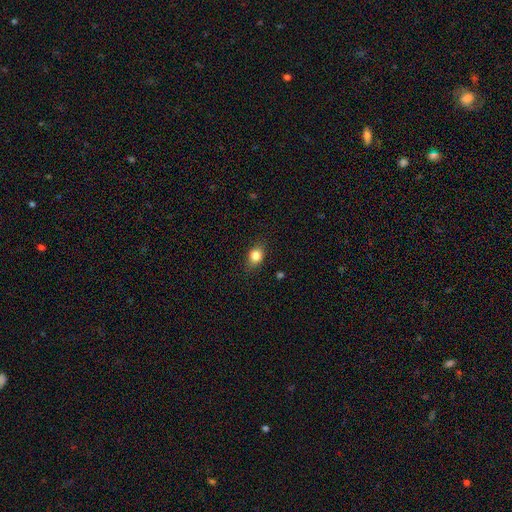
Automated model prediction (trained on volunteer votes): The model was most divided on "how rounded": in between: 61%, round: 36%, cigar-shaped: 2%. More confident: merging — none (82%); smooth or featured — smooth (82%).